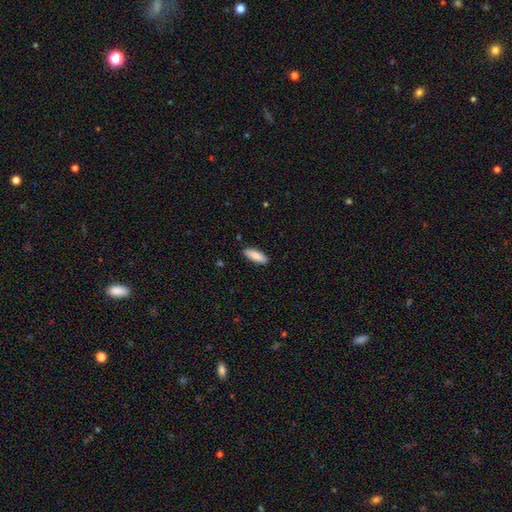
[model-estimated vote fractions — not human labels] The model was most divided on "how rounded": in between: 59%, cigar-shaped: 40%, round: 2%. More confident: merging — none (89%); smooth or featured — smooth (87%).